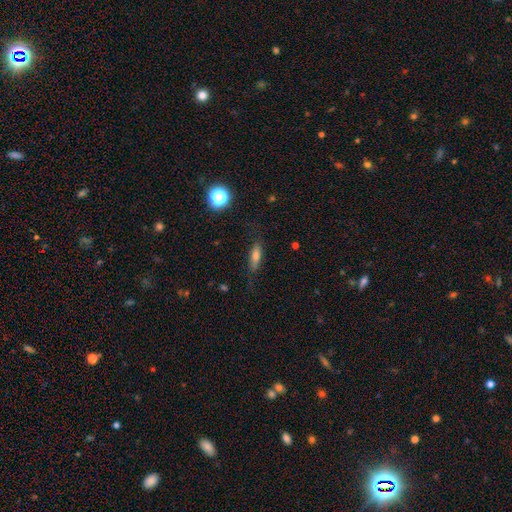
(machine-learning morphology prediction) A smooth galaxy with no disk features (67%) that is cigar-shaped (48%).

Vote fractions:
- Smooth or featured? smooth: 67% / featured or disk: 22% / star or artifact: 11%
- How rounded? cigar-shaped: 48% / in between: 47% / round: 4%
- Merging? none: 73% / minor disturbance: 19% / major disturbance: 6% / merger: 2%